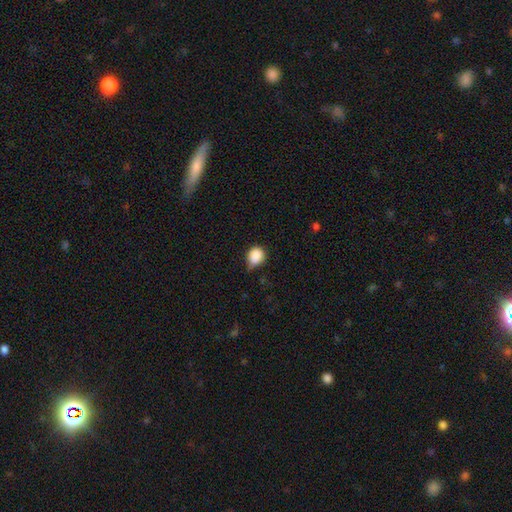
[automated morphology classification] Overall: smooth (87%). How rounded: round (75%). Merging: minor disturbance (46%; none 42%).